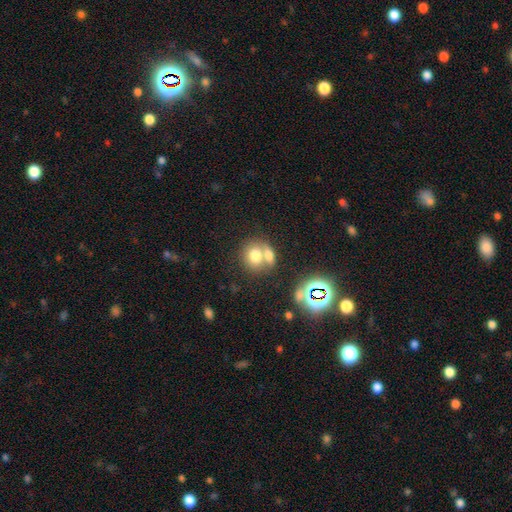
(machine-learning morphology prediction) A smooth galaxy with no disk features (71%) that is round (61%). Merging: merger (52%).